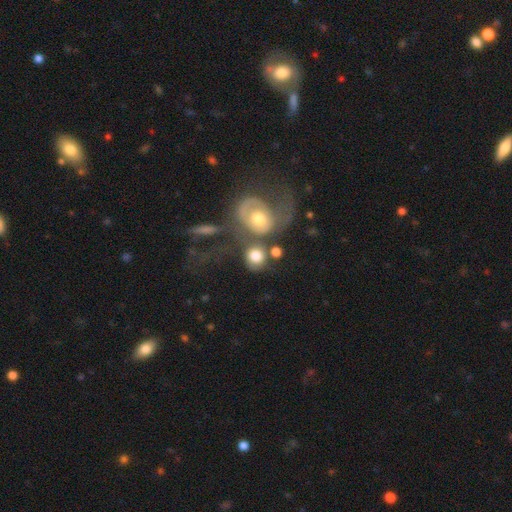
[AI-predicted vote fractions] This appears to be a smooth galaxy with no disk features (65%) that is round (73%). Merging: merger (41%).